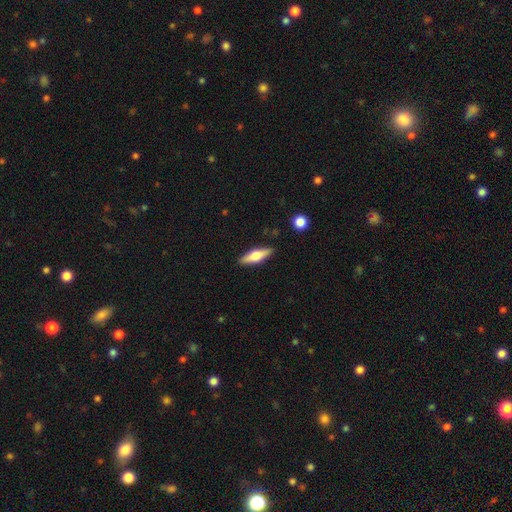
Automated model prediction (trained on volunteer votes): Q: Smooth or featured?
A: featured or disk (51%); runner-up: smooth (43%)
Q: Edge-on disk?
A: yes (94%); runner-up: no (6%)
Q: Merging?
A: none (89%); runner-up: minor disturbance (8%)